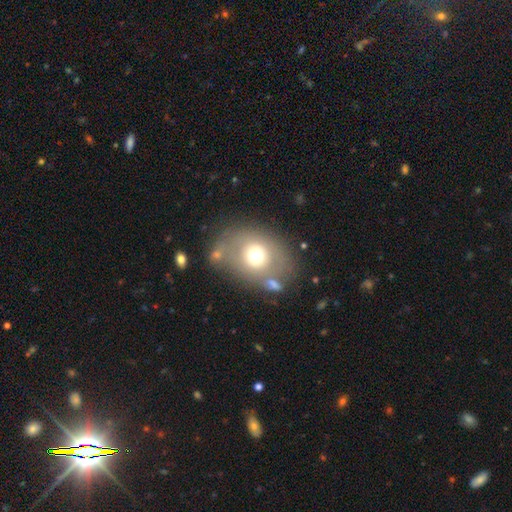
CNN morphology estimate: The model was most divided on "how rounded": in between: 56%, round: 43%, cigar-shaped: 1%. More confident: merging — none (62%); smooth or featured — smooth (61%).